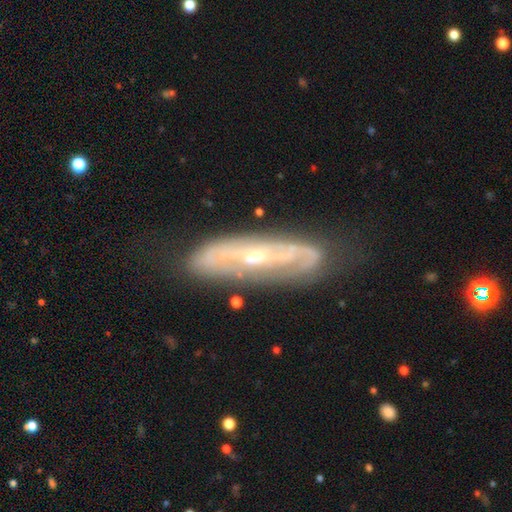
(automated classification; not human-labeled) Smooth or featured: featured or disk — 80% (smooth — 14%)
Edge-on disk: no — 78% (yes — 22%)
Bar: no — 46% (weak — 33%)
Spiral arms: yes — 80% (no — 20%)
Spiral winding: tight — 42% (medium — 38%)
Spiral arm count: 2 — 62% (can't tell — 28%)
Bulge size: small — 55% (moderate — 40%)
Merging: none — 74% (minor disturbance — 18%)